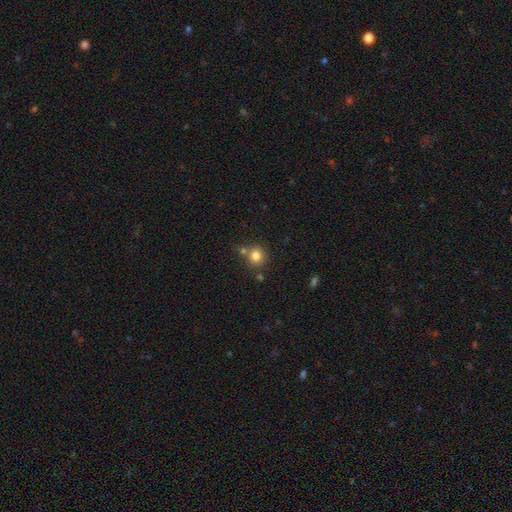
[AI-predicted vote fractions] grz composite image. It shows a smooth galaxy with no disk features (81%) that is round (87%). Merging: none (67%).